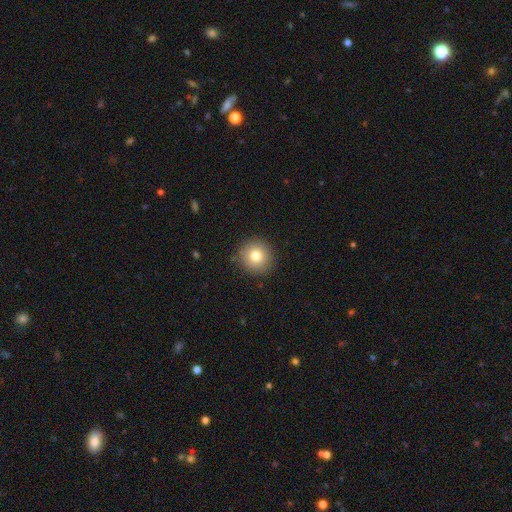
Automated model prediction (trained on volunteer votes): Q: Smooth or featured?
A: smooth (79%); runner-up: star or artifact (10%)
Q: How rounded?
A: round (93%); runner-up: in between (6%)
Q: Merging?
A: none (89%); runner-up: minor disturbance (7%)